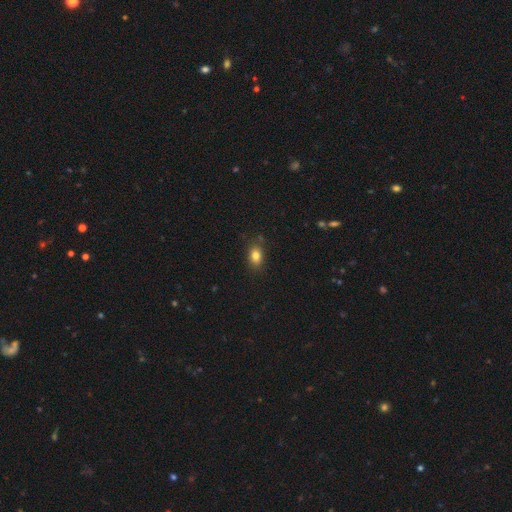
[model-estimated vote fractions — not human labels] Q: Smooth or featured?
A: smooth (82%); runner-up: star or artifact (11%)
Q: How rounded?
A: in between (74%); runner-up: round (24%)
Q: Merging?
A: none (79%); runner-up: minor disturbance (15%)